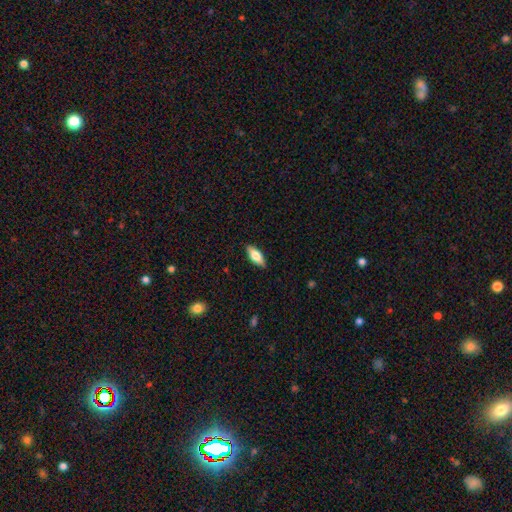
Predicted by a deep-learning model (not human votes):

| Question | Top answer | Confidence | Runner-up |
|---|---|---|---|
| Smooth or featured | smooth | 62% | featured or disk (32%) |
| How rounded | in between | 72% | cigar-shaped (26%) |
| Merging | none | 88% | minor disturbance (9%) |